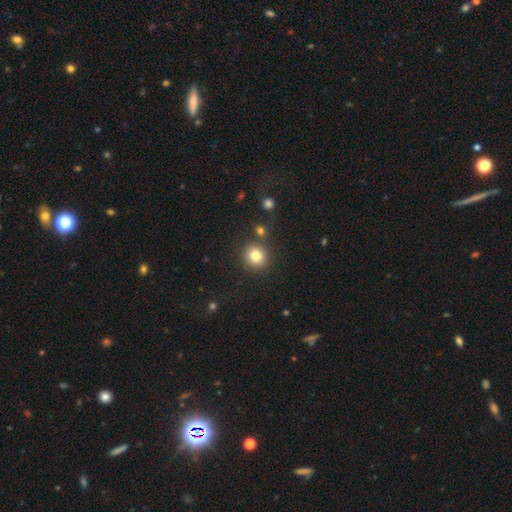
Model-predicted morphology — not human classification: A smooth galaxy with no disk features (82%) that is round (91%).

Vote fractions:
- Smooth or featured? smooth: 82% / star or artifact: 12% / featured or disk: 7%
- How rounded? round: 91% / in between: 8% / cigar-shaped: 1%
- Merging? none: 83% / minor disturbance: 7% / merger: 7% / major disturbance: 3%